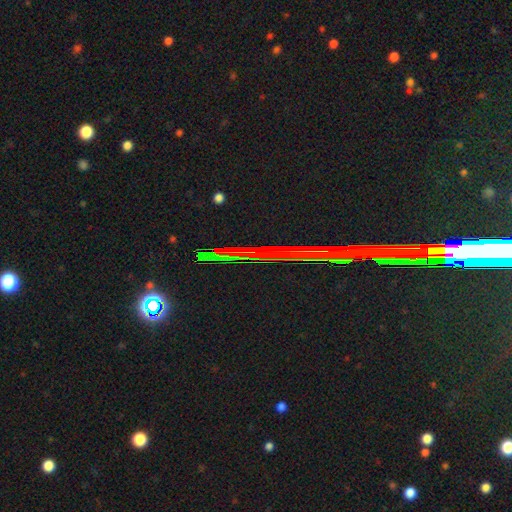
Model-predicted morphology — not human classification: This appears to be a star or artifact, not a galaxy (78%).